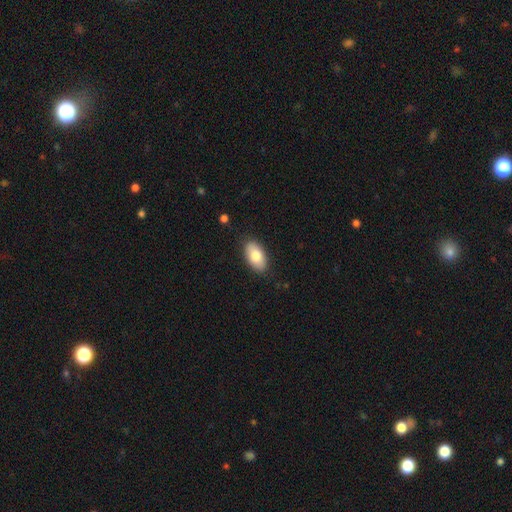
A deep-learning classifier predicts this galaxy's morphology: Overall: smooth (79%). How rounded: in between (94%). Merging: none (86%).